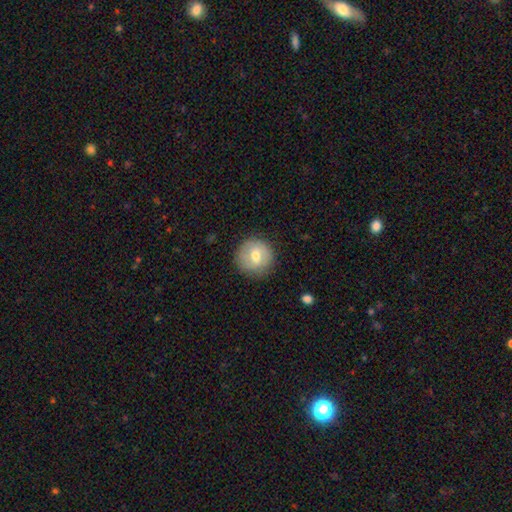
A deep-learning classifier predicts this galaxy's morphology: smooth 65%, featured or disk 28%, star or artifact 7%. Down the decision tree: how rounded — round (93%); merging — none (84%).